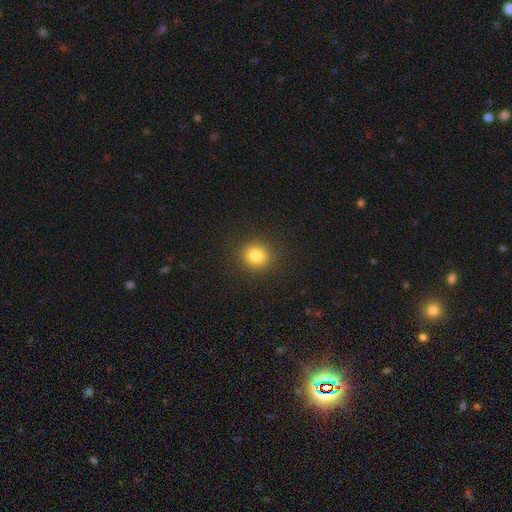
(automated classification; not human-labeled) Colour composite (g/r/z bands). It shows a smooth galaxy with no disk features (82%) that is round (88%). Merging: none (90%).